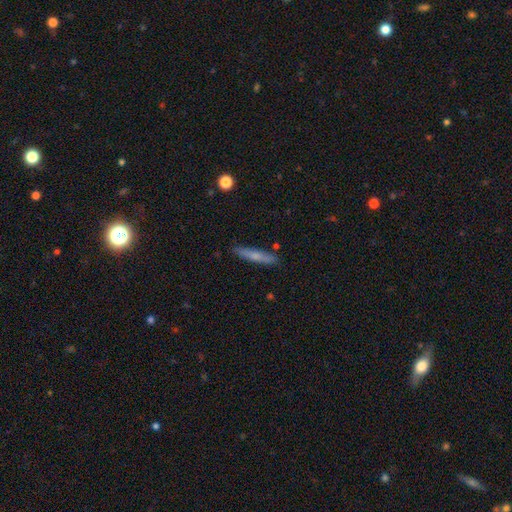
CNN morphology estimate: Q: Smooth or featured?
A: smooth (62%); runner-up: featured or disk (32%)
Q: How rounded?
A: cigar-shaped (92%); runner-up: in between (6%)
Q: Merging?
A: none (87%); runner-up: minor disturbance (9%)